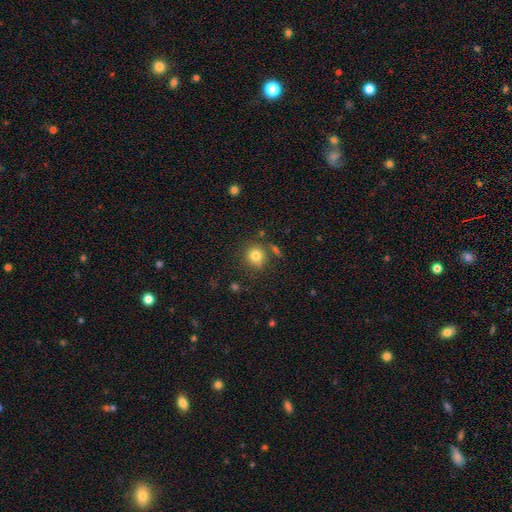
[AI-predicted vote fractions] Morphology: type=smooth (80%); roundness=round (87%); merging=none (73%).